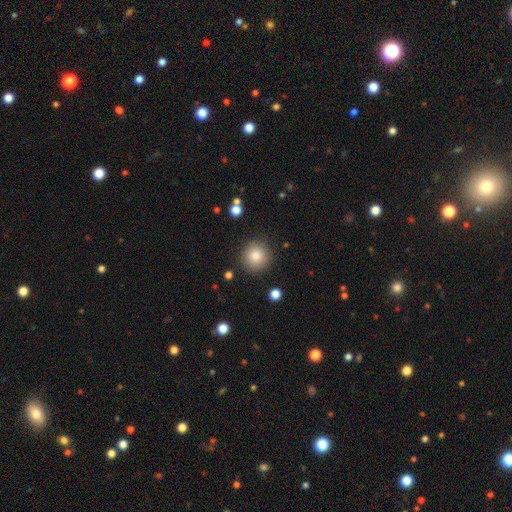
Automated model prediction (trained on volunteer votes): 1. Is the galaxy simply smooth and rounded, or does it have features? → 84% smooth, 9% star or artifact, 7% featured or disk.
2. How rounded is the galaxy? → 92% round, 7% in between, 1% cigar-shaped.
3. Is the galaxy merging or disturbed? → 87% none, 8% minor disturbance, 3% major disturbance, 2% merger.